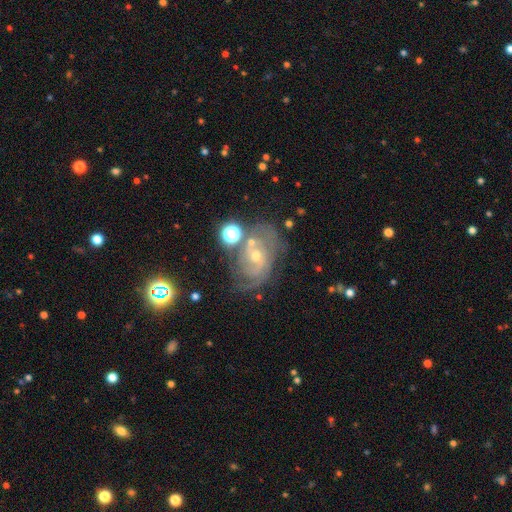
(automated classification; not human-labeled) This appears to be a featured or disk galaxy (81%) with no bar (57%), 2 (41%) tight (48%) spiral arms (94%) and a small central bulge (57%). Merging: none (57%).